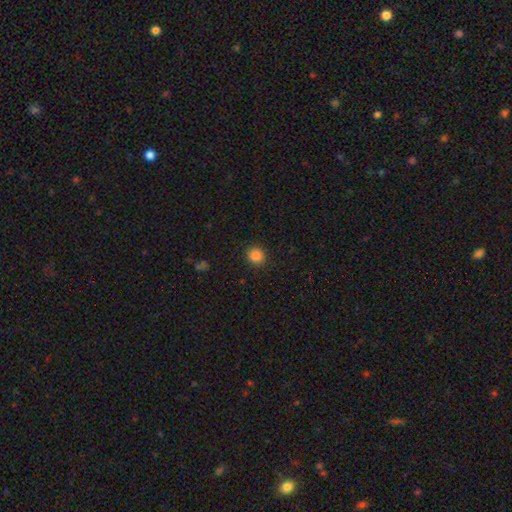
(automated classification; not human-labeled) Morphology: type=smooth (86%); roundness=round (89%); merging=none (90%).